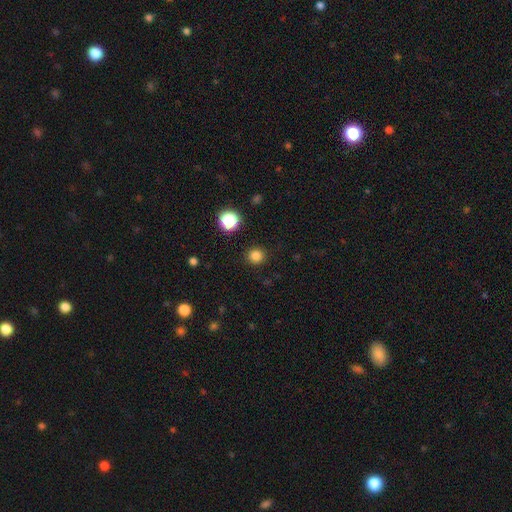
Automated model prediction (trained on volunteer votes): Overall: smooth (82%). How rounded: round (93%). Merging: none (91%).